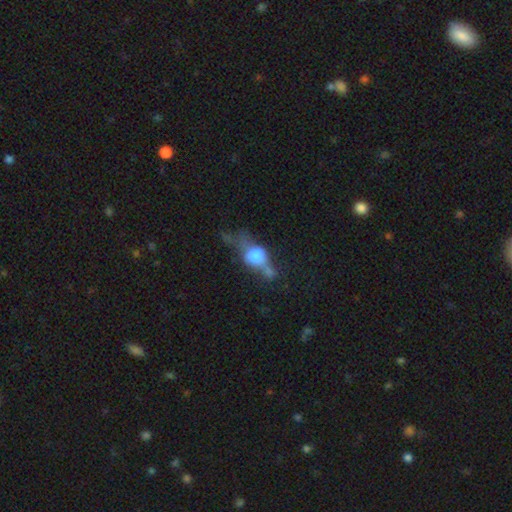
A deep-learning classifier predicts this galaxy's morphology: This appears to be a smooth galaxy with no disk features (48%). Merging: major disturbance (30%, tied with none).